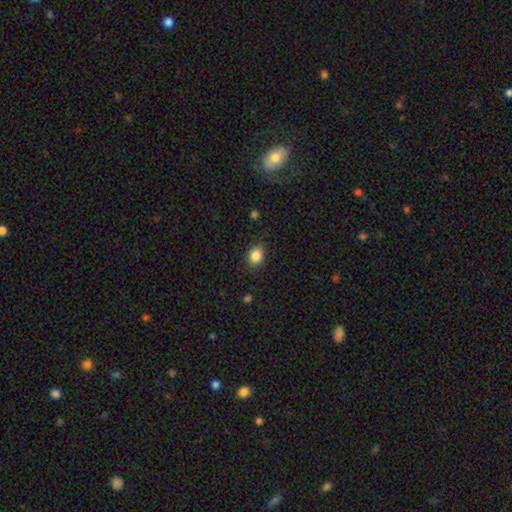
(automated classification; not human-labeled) Morphology: type=smooth (86%); roundness=in between (55%); merging=none (85%).